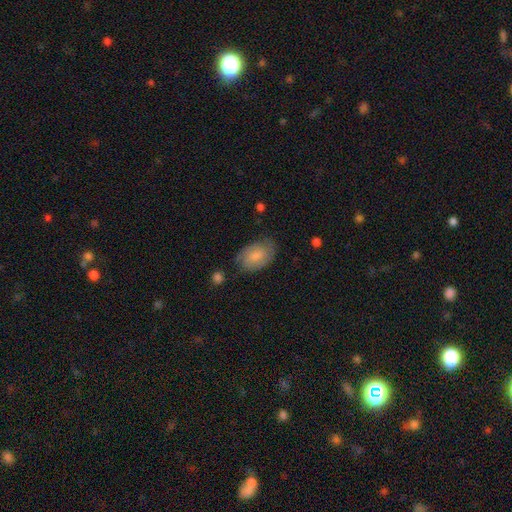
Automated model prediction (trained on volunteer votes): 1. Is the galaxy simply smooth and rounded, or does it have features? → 61% smooth, 32% featured or disk, 7% star or artifact.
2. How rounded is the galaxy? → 88% in between, 10% round, 2% cigar-shaped.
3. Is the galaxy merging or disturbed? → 71% none, 21% minor disturbance, 6% major disturbance, 2% merger.